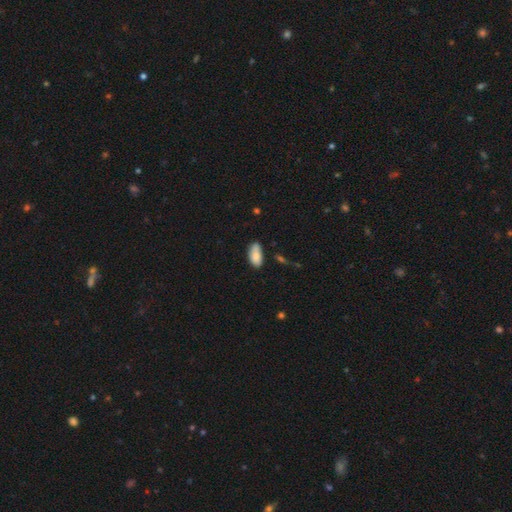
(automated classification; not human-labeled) Q: Smooth or featured?
A: smooth (84%); runner-up: featured or disk (9%)
Q: How rounded?
A: in between (91%); runner-up: cigar-shaped (6%)
Q: Merging?
A: none (64%); runner-up: minor disturbance (25%)